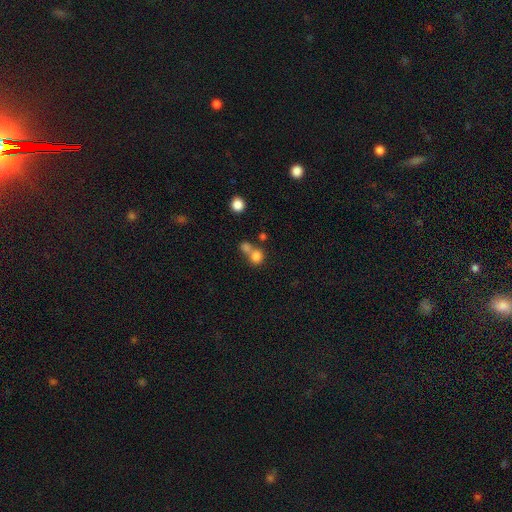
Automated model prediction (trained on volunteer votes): This appears to be a smooth galaxy with no disk features (79%) that is round (82%). Merging: merger (45%).